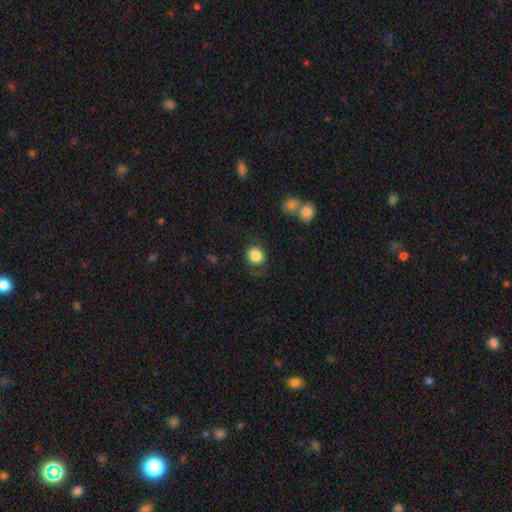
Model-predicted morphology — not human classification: Smooth or featured: smooth — 84% (star or artifact — 9%)
How rounded: round — 76% (in between — 23%)
Merging: none — 75% (minor disturbance — 16%)